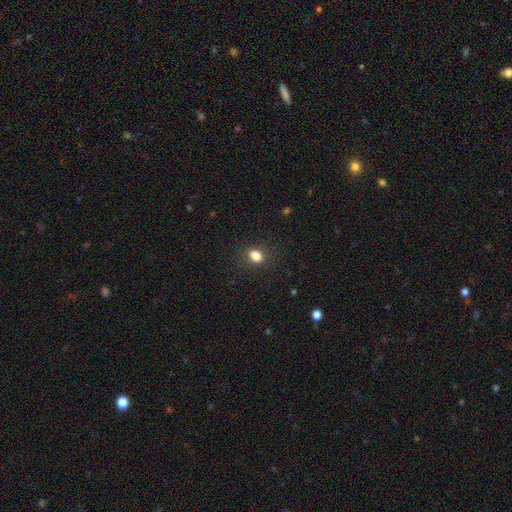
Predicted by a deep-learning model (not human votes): Smooth or featured? smooth (83%)
How rounded? in between (57%)
Merging? none (85%)